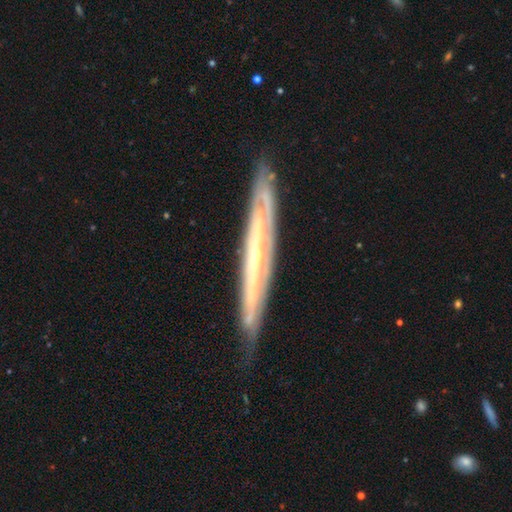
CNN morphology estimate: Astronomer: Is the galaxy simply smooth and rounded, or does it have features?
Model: featured or disk — 79%.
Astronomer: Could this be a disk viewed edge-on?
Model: yes — 72%.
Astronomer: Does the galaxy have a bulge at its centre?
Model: none — 61%.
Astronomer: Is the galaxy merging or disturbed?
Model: none — 77%.